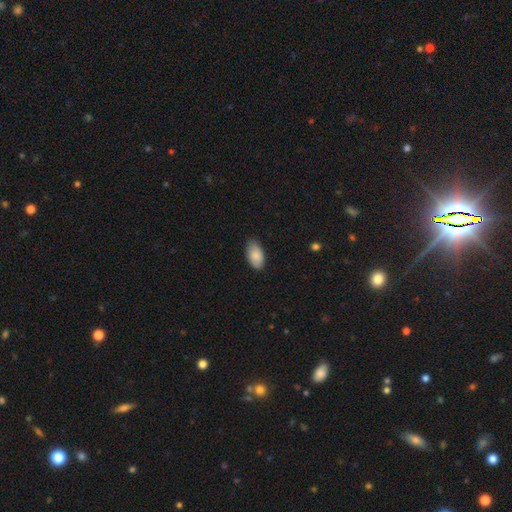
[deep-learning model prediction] Smooth or featured: smooth — 86% (featured or disk — 8%)
How rounded: in between — 95% (round — 4%)
Merging: none — 81% (minor disturbance — 16%)